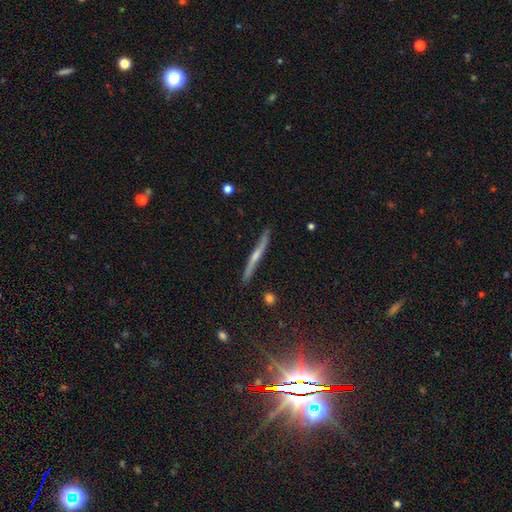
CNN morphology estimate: smooth-or-featured: featured or disk: 69% | smooth: 22% | star or artifact: 9%
  disk-edge-on: yes: 96% | no: 4%
    edge-on-bulge: rounded: 67% | none: 27% | boxy: 6%
  merging: none: 86% | minor disturbance: 10% | major disturbance: 2% | merger: 2%